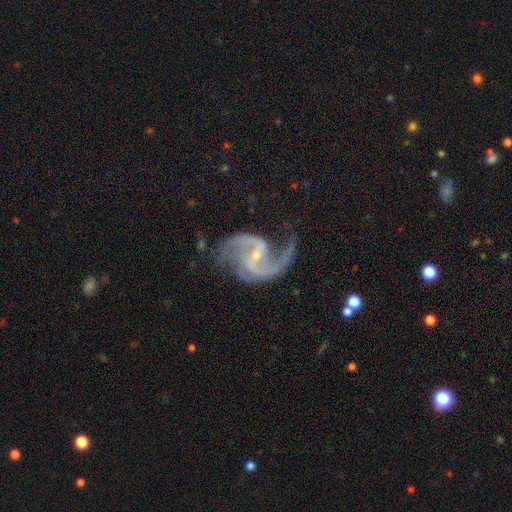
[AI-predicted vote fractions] Q: Smooth or featured?
A: featured or disk (93%); runner-up: star or artifact (5%)
Q: Edge-on disk?
A: no (98%); runner-up: yes (2%)
Q: Bar?
A: weak (47%); runner-up: strong (31%)
Q: Spiral arms?
A: yes (98%); runner-up: no (2%)
Q: Spiral winding?
A: medium (50%); runner-up: loose (40%)
Q: Spiral arm count?
A: 2 (90%); runner-up: 3 (3%)
Q: Bulge size?
A: small (78%); runner-up: moderate (15%)
Q: Merging?
A: none (66%); runner-up: minor disturbance (19%)